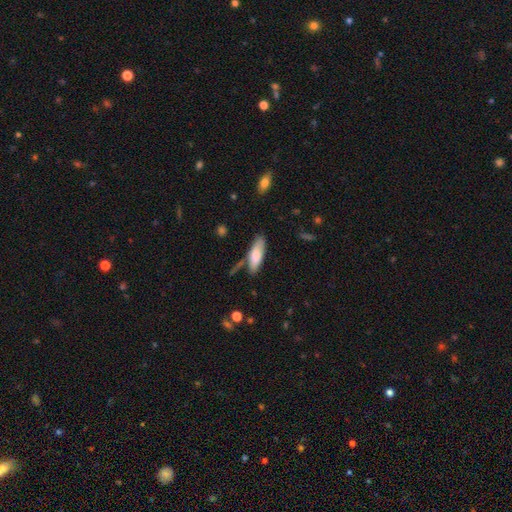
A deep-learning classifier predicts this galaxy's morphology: type=smooth (78%); roundness=in between (59%); merging=none (69%).